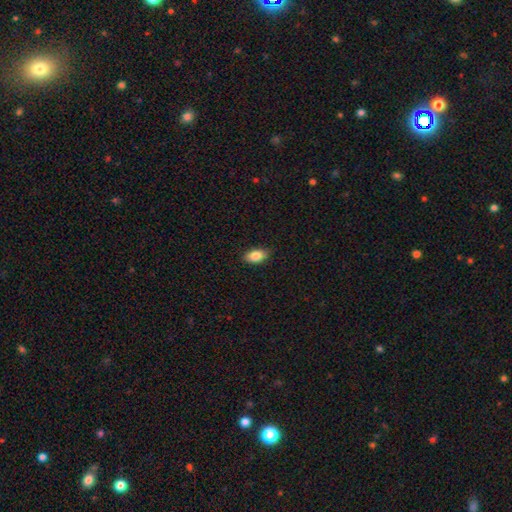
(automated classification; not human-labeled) smooth_or_featured: smooth (p=0.86) [alt: featured or disk p=0.07]
how_rounded: in between (p=0.91) [alt: round p=0.06]
merging: none (p=0.87) [alt: minor disturbance p=0.10]